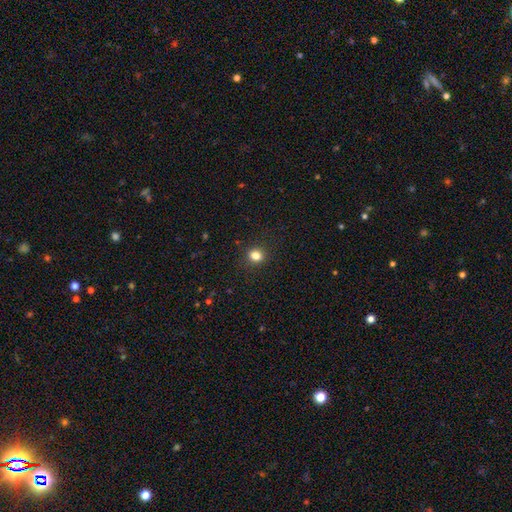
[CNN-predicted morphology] Smooth or featured: smooth — 82% (star or artifact — 13%)
How rounded: round — 75% (in between — 24%)
Merging: none — 89% (minor disturbance — 7%)